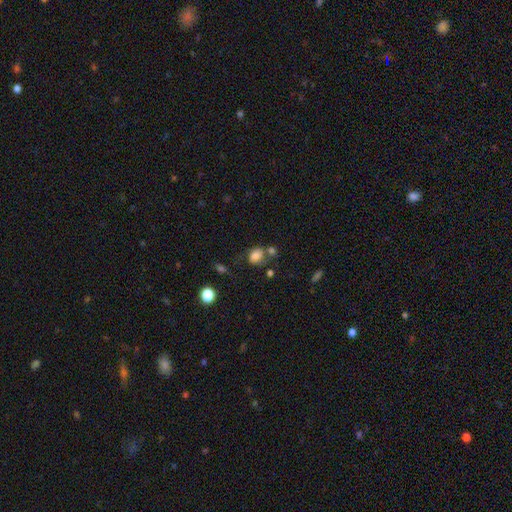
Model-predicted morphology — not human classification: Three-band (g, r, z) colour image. It shows a smooth galaxy with no disk features (77%) that is in between round and cigar-shaped (60%). Merging: none (44%).